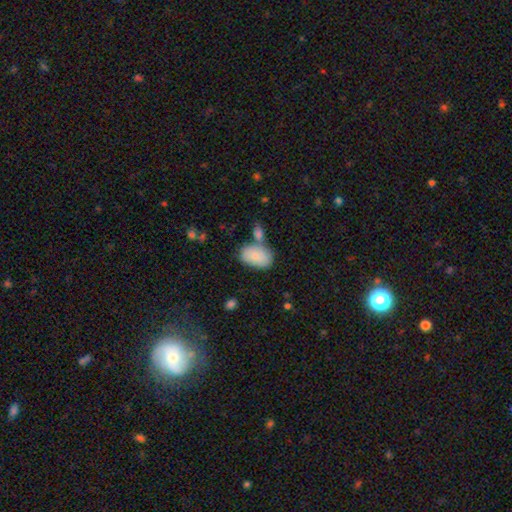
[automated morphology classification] type=smooth (82%); roundness=in between (92%); merging=none (54%).